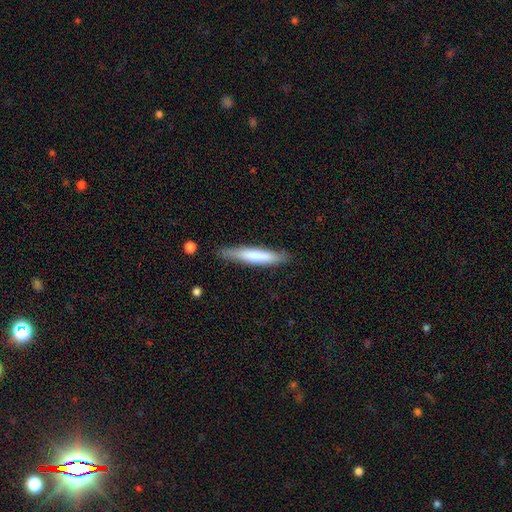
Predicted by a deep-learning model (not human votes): Smooth or featured?
  - smooth: 67% *
  - featured or disk: 28%
  - star or artifact: 5%
How rounded?
  - cigar-shaped: 88% *
  - in between: 10%
  - round: 1%
Merging?
  - none: 86% *
  - minor disturbance: 11%
  - major disturbance: 2%
  - merger: 1%